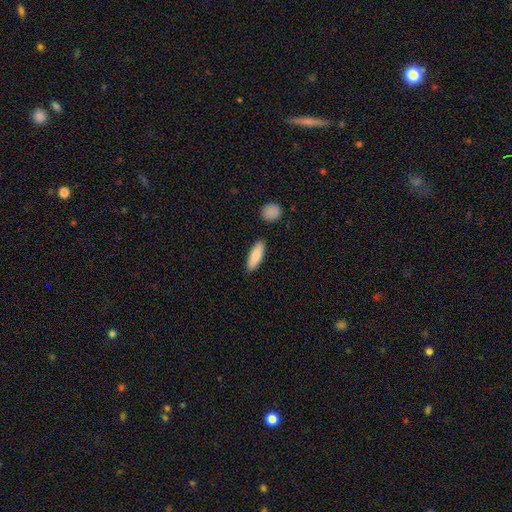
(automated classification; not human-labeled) This is clearly a smooth galaxy (84%). How rounded: likely in between (64%). Merging: clearly none (84%).